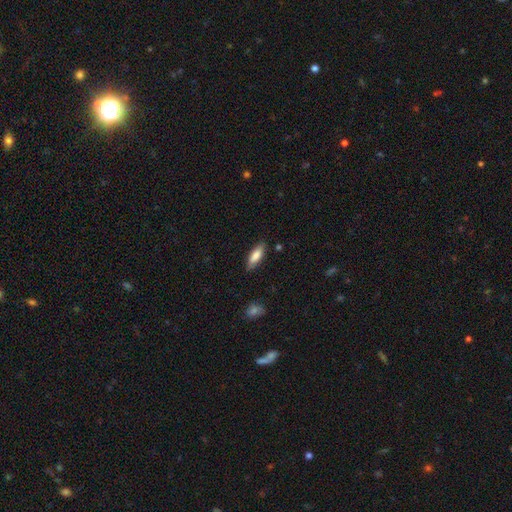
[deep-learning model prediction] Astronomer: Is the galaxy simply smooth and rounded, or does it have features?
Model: smooth — 79%.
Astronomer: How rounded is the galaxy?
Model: in between — 59% (runner-up: cigar-shaped, 39%).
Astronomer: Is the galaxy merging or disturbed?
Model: none — 83%.